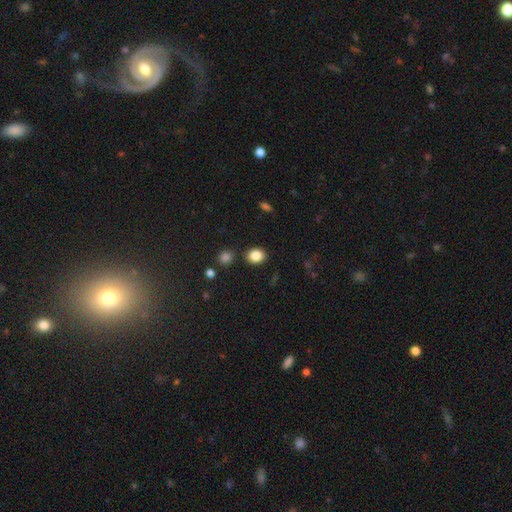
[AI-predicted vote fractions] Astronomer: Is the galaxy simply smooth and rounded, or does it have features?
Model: smooth — 86%.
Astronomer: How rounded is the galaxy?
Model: round — 54% (runner-up: in between, 45%).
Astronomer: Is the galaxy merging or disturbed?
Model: none — 84%.